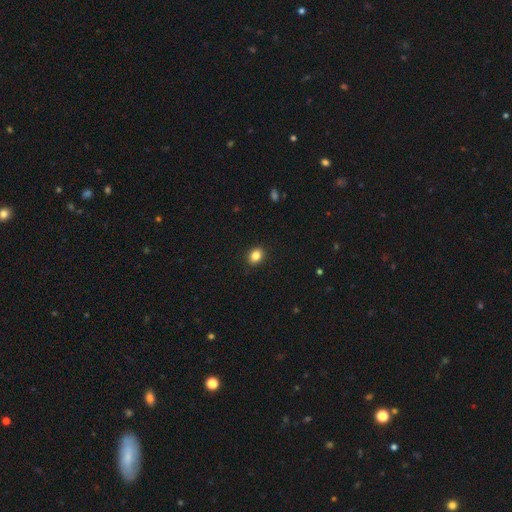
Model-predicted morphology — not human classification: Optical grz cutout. It shows a smooth galaxy with no disk features (85%) that is in between round and cigar-shaped (51%). Merging: none (91%).